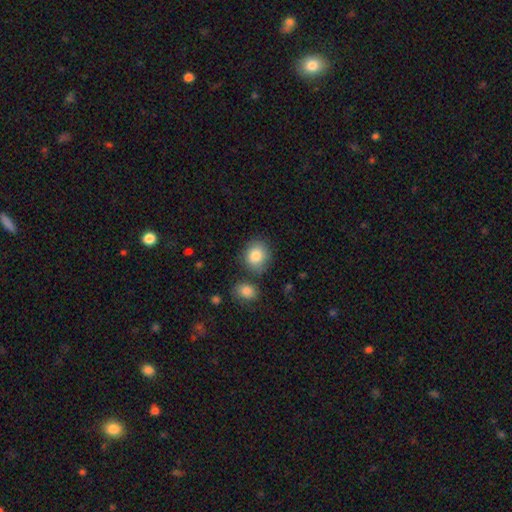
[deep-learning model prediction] This is clearly a smooth galaxy (84%). How rounded: likely round (72%). Merging: likely none (74%).